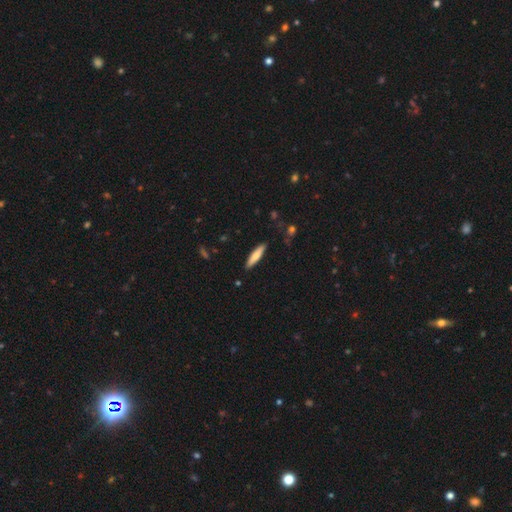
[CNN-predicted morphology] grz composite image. It shows a smooth galaxy with no disk features (71%) that is cigar-shaped (80%). Merging: none (88%).